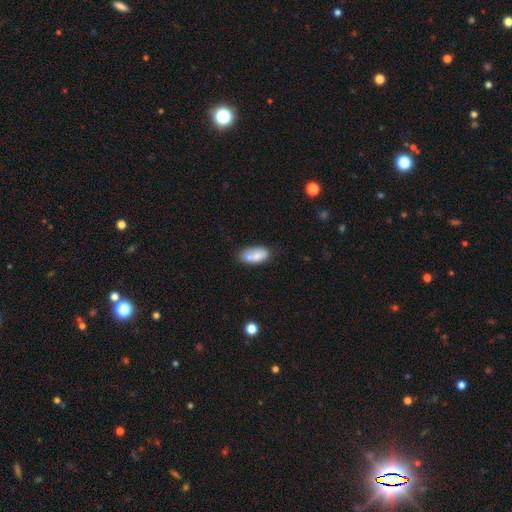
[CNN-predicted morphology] A smooth galaxy with no disk features (71%) that is in between round and cigar-shaped (90%).

Vote fractions:
- Smooth or featured? smooth: 71% / featured or disk: 21% / star or artifact: 7%
- How rounded? in between: 90% / cigar-shaped: 6% / round: 4%
- Merging? none: 49% / merger: 27% / minor disturbance: 18% / major disturbance: 5%